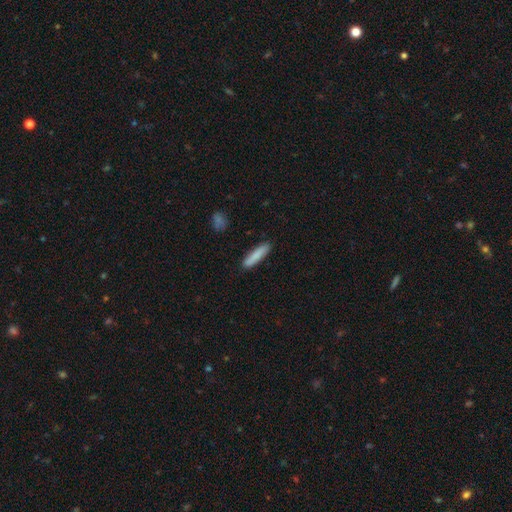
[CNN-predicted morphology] This appears to be a smooth galaxy with no disk features (84%) that is cigar-shaped (84%). Merging: none (88%).